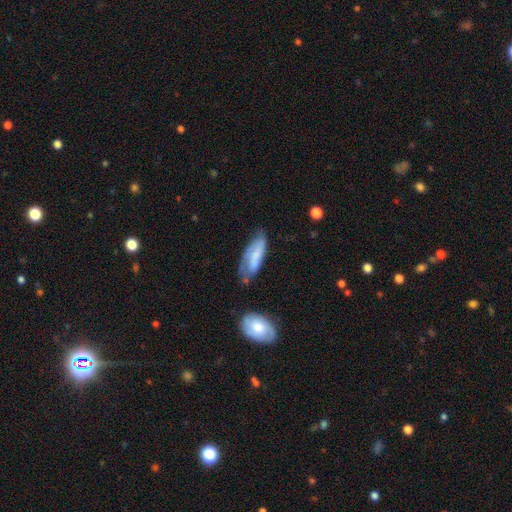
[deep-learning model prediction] Morphology: type=smooth (55%); roundness=in between (60%); merging=none (45%).